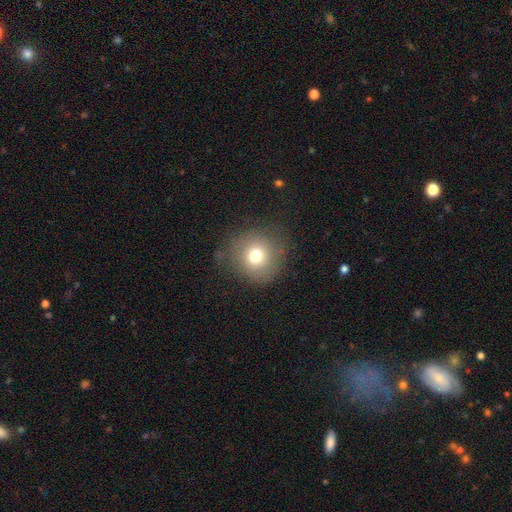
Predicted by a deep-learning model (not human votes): Smooth or featured: smooth — 75% (star or artifact — 13%)
How rounded: round — 90% (in between — 10%)
Merging: none — 81% (minor disturbance — 12%)